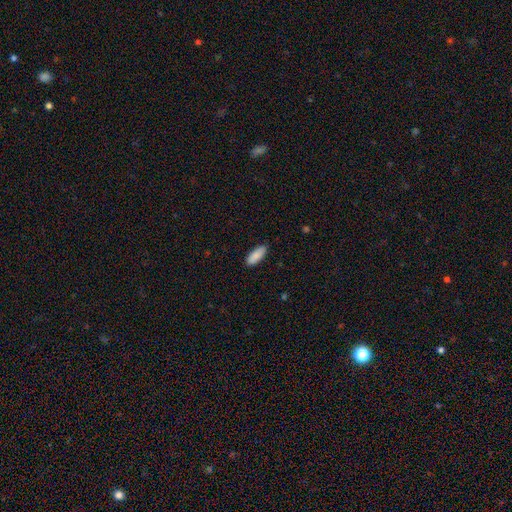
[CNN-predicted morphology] Overall: smooth (89%). How rounded: in between (76%). Merging: none (88%).